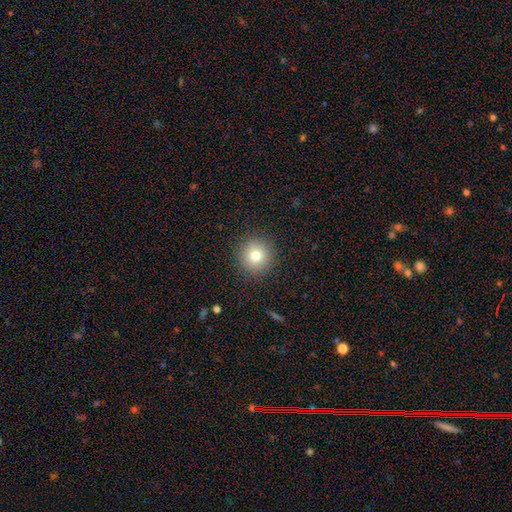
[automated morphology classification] smooth_or_featured: smooth (p=0.78) [alt: star or artifact p=0.12]
how_rounded: round (p=0.94) [alt: in between p=0.05]
merging: none (p=0.90) [alt: minor disturbance p=0.06]